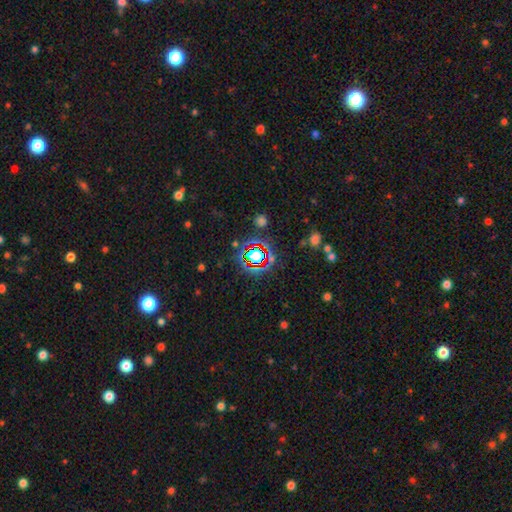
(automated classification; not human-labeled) star or artifact 67%, smooth 21%, featured or disk 11%.